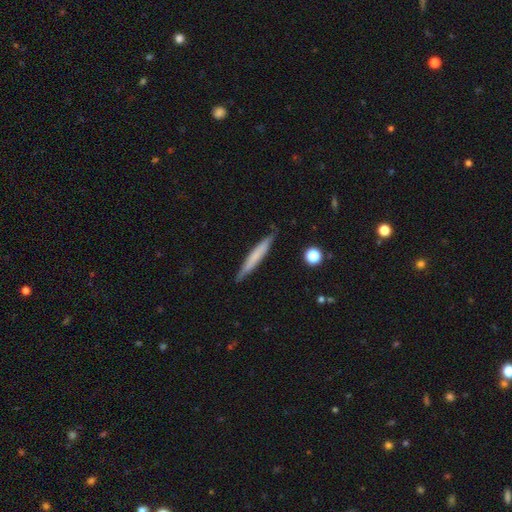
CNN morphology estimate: smooth 62%, featured or disk 32%, star or artifact 6%. Down the decision tree: how rounded — cigar-shaped (95%); merging — none (87%).